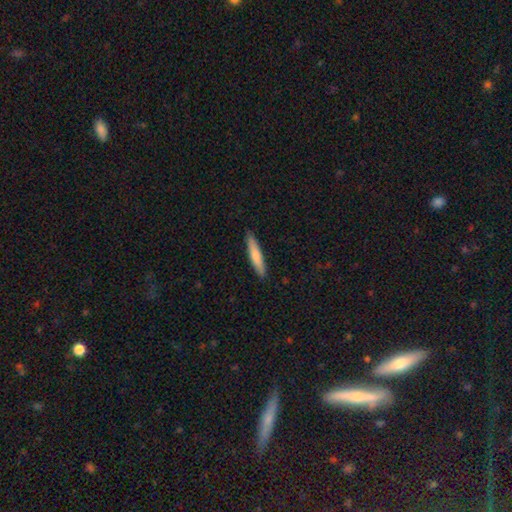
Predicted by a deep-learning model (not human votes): A smooth galaxy with no disk features (74%) that is cigar-shaped (90%).

Vote fractions:
- Smooth or featured? smooth: 74% / featured or disk: 21% / star or artifact: 5%
- How rounded? cigar-shaped: 90% / in between: 9% / round: 1%
- Merging? none: 89% / minor disturbance: 8% / major disturbance: 1% / merger: 1%